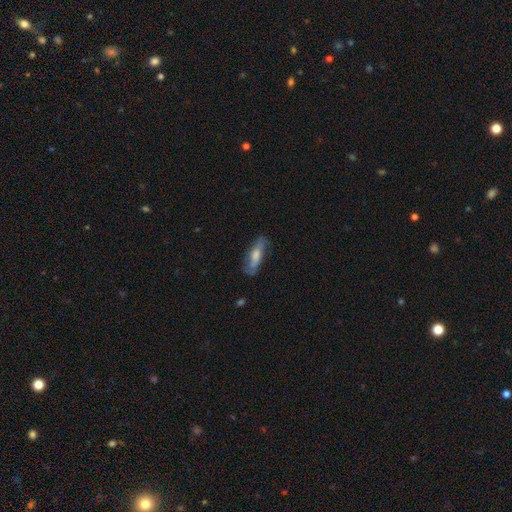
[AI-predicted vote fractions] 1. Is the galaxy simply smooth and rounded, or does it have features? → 48% smooth, 45% featured or disk, 7% star or artifact.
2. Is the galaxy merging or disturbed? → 66% none, 23% minor disturbance, 9% major disturbance, 2% merger.